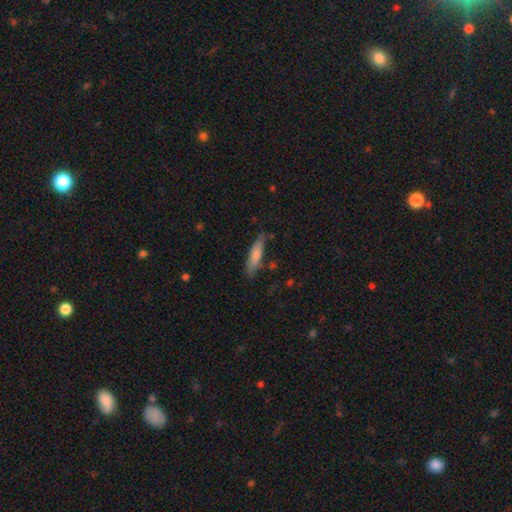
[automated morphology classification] The model was most divided on "how rounded": cigar-shaped: 74%, in between: 24%, round: 2%. More confident: merging — none (75%); smooth or featured — smooth (75%).